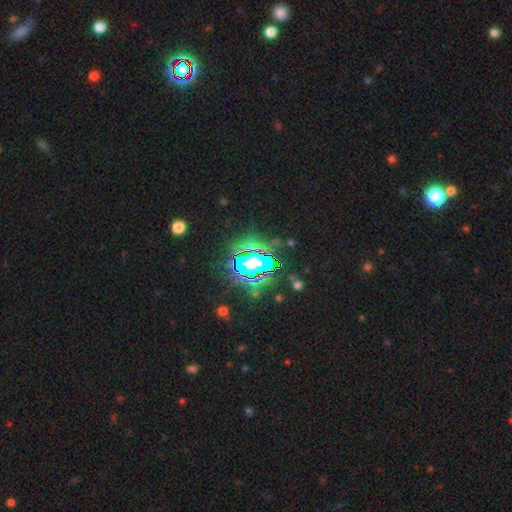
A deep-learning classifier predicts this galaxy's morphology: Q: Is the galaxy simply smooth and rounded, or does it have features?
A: star or artifact — 81%.